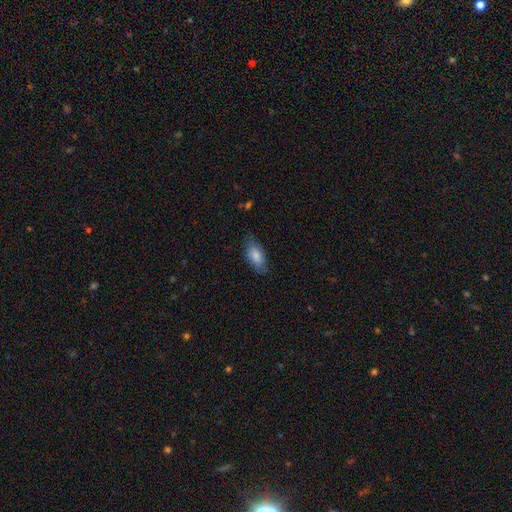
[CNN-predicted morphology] Overall: smooth (80%). How rounded: in between (83%). Merging: none (74%).